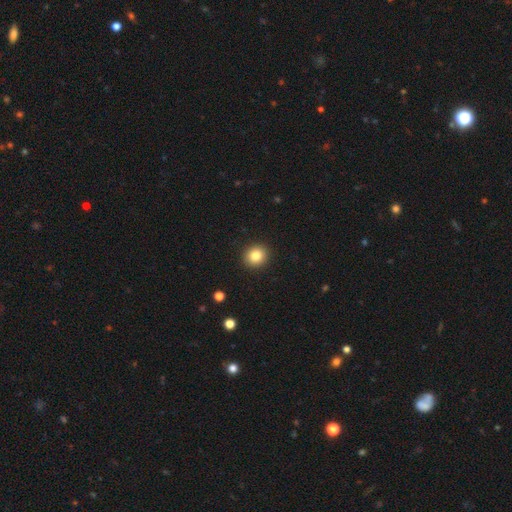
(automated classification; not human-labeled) smooth-or-featured: smooth: 84% | star or artifact: 10% | featured or disk: 6%
  how-rounded: round: 82% | in between: 17% | cigar-shaped: 1%
  merging: none: 92% | minor disturbance: 5% | major disturbance: 2% | merger: 1%